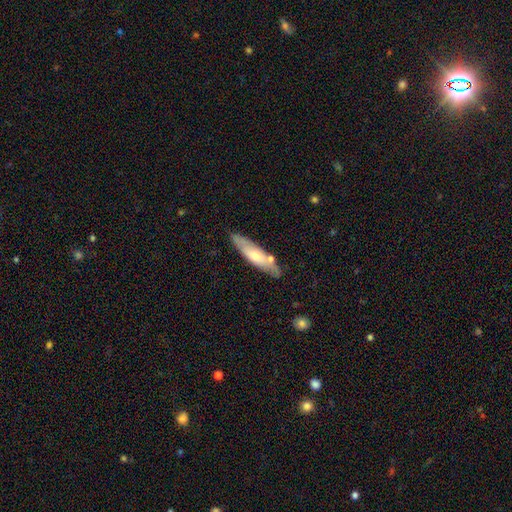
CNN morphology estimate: A smooth galaxy with no disk features (57%) that is cigar-shaped (71%).

Vote fractions:
- Smooth or featured? smooth: 57% / featured or disk: 38% / star or artifact: 5%
- How rounded? cigar-shaped: 71% / in between: 28% / round: 1%
- Merging? none: 74% / minor disturbance: 16% / merger: 7% / major disturbance: 3%